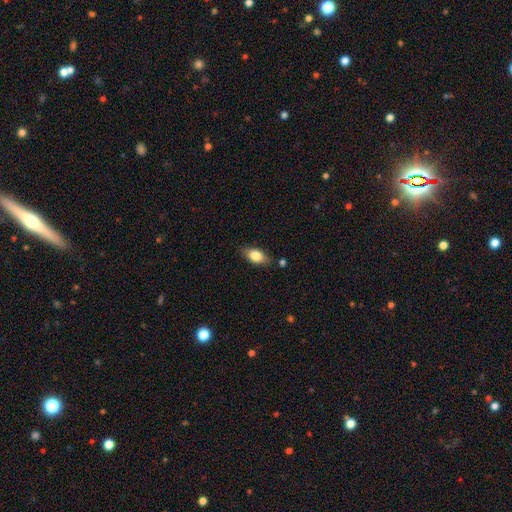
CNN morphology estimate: smooth-or-featured: smooth: 78% | featured or disk: 15% | star or artifact: 7%
  how-rounded: in between: 86% | cigar-shaped: 8% | round: 6%
  merging: none: 79% | minor disturbance: 15% | merger: 3% | major disturbance: 3%